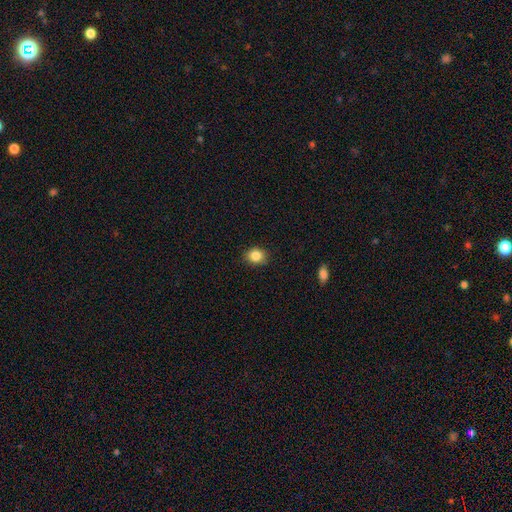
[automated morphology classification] type=smooth (85%); roundness=round (65%); merging=none (87%).